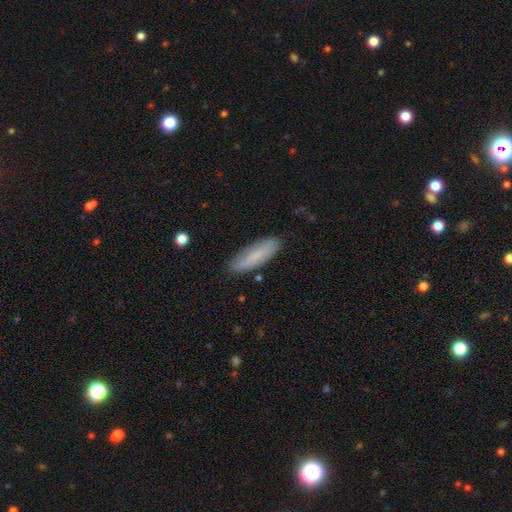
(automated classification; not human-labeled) Smooth or featured?
  - smooth: 70% *
  - featured or disk: 23%
  - star or artifact: 7%
How rounded?
  - cigar-shaped: 59% *
  - in between: 39%
  - round: 2%
Merging?
  - none: 81% *
  - minor disturbance: 15%
  - major disturbance: 3%
  - merger: 2%